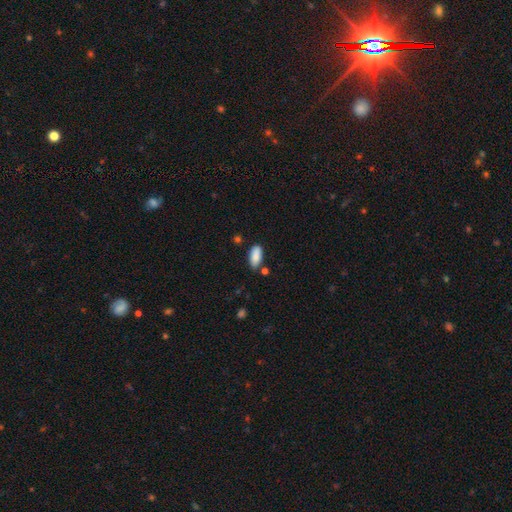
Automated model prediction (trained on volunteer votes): Morphology: type=smooth (88%); roundness=in between (88%); merging=none (76%).